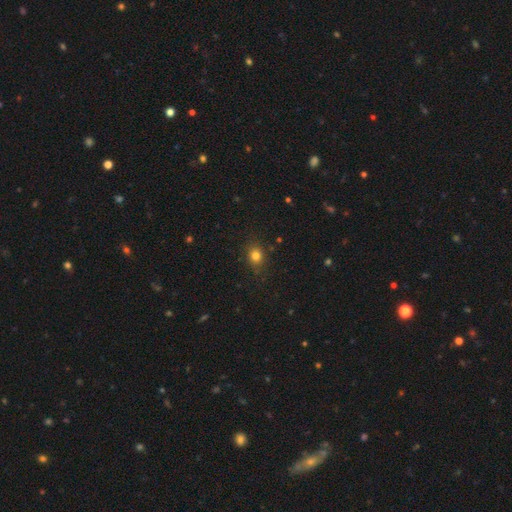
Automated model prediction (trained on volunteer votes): The model was most divided on "how rounded": round: 63%, in between: 36%, cigar-shaped: 1%. More confident: merging — none (82%); smooth or featured — smooth (80%).